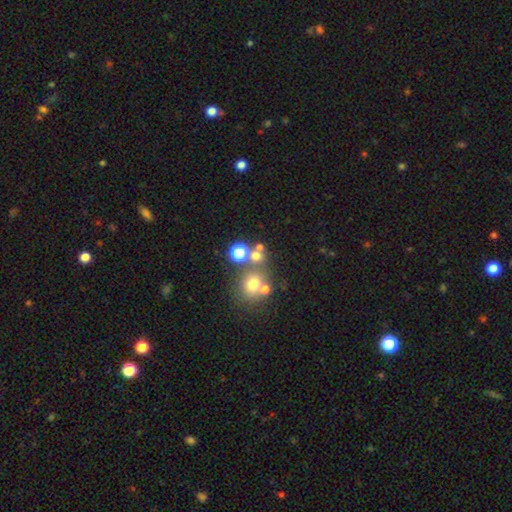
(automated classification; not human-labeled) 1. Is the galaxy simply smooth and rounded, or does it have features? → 61% smooth, 24% star or artifact, 15% featured or disk.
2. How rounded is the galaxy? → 80% round, 19% in between, 1% cigar-shaped.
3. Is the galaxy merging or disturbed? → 57% none, 29% merger, 9% minor disturbance, 5% major disturbance.